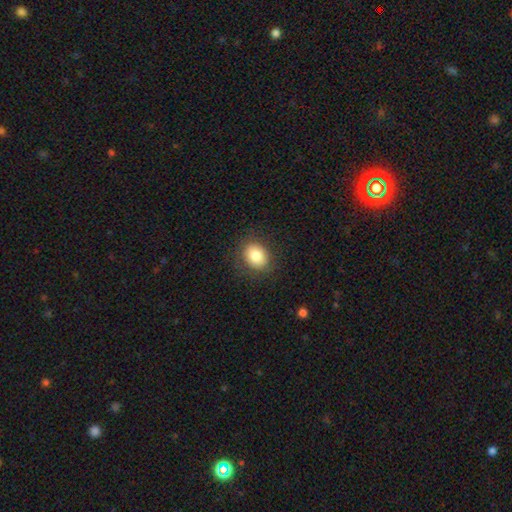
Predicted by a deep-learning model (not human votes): The model was most divided on "how rounded": round: 53%, in between: 46%, cigar-shaped: 1%. More confident: merging — none (85%); smooth or featured — smooth (84%).